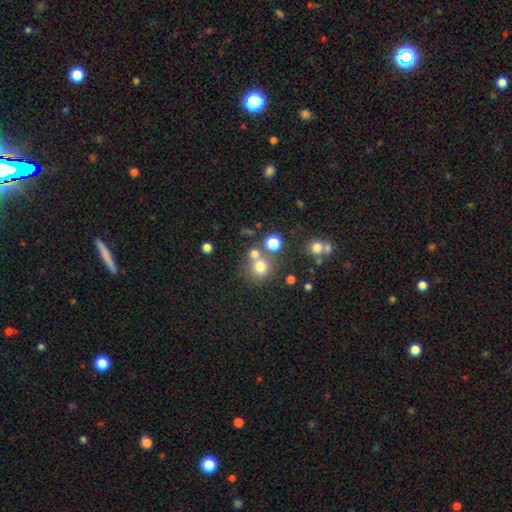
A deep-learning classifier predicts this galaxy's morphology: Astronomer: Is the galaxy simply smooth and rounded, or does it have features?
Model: smooth — 66%.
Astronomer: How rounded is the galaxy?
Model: round — 87%.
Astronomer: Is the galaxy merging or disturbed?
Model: none — 61%.